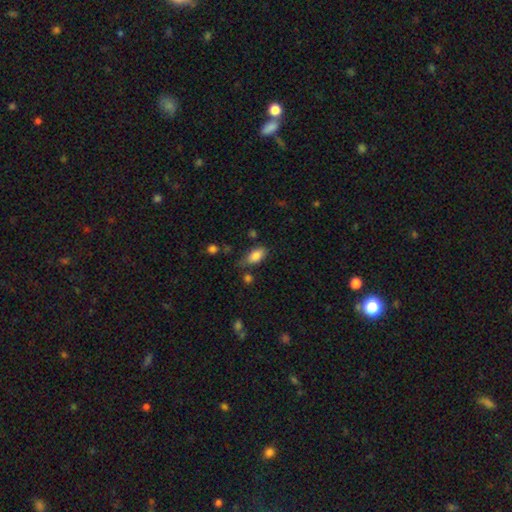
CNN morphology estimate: Smooth or featured: smooth — 83% (featured or disk — 9%)
How rounded: in between — 88% (cigar-shaped — 8%)
Merging: none — 63% (minor disturbance — 26%)